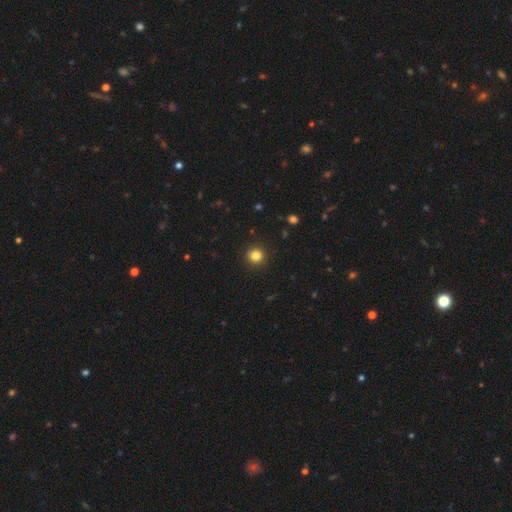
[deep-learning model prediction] A smooth galaxy with no disk features (83%) that is round (95%).

Vote fractions:
- Smooth or featured? smooth: 83% / star or artifact: 12% / featured or disk: 5%
- How rounded? round: 95% / in between: 4% / cigar-shaped: 1%
- Merging? none: 92% / minor disturbance: 5% / major disturbance: 2% / merger: 1%